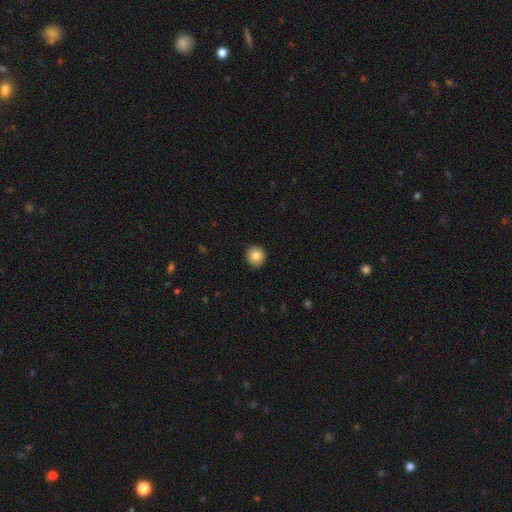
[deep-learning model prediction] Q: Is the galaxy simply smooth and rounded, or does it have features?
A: smooth — 83%.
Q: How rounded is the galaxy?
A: round — 91%.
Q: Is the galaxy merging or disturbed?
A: none — 91%.